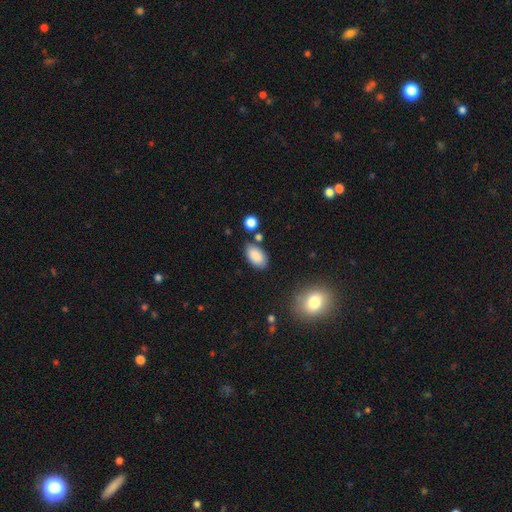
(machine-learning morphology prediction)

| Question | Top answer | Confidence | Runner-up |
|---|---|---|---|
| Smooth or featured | smooth | 87% | star or artifact (8%) |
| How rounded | in between | 93% | round (5%) |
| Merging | none | 76% | minor disturbance (15%) |